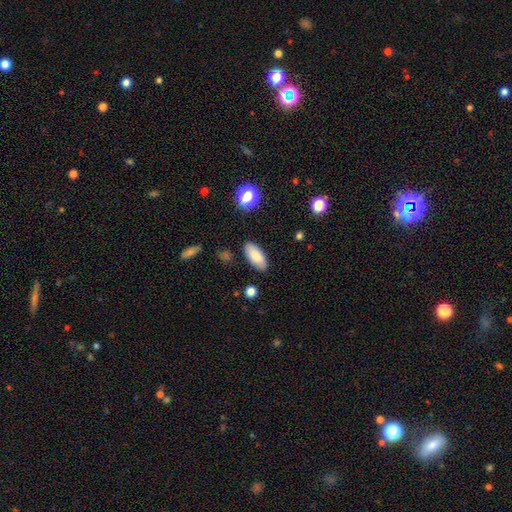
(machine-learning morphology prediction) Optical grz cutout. It shows a smooth galaxy with no disk features (84%) that is in between round and cigar-shaped (87%). Merging: none (86%).